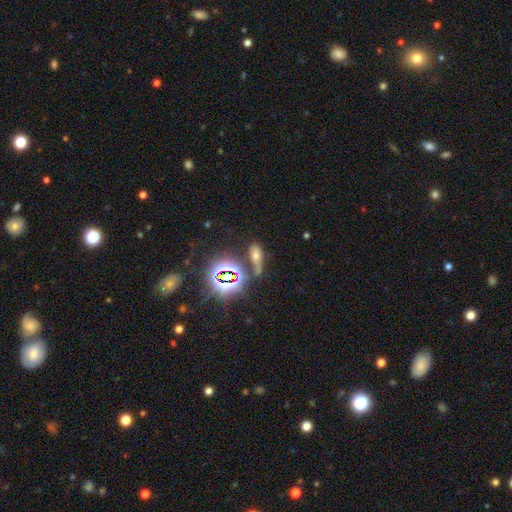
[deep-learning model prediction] A smooth galaxy with no disk features (40%, tied with star or artifact).

Vote fractions:
- Smooth or featured? smooth: 40% (tied) / star or artifact: 40% (tied) / featured or disk: 20%
- Merging? none: 60% / minor disturbance: 17% / merger: 13% / major disturbance: 10%